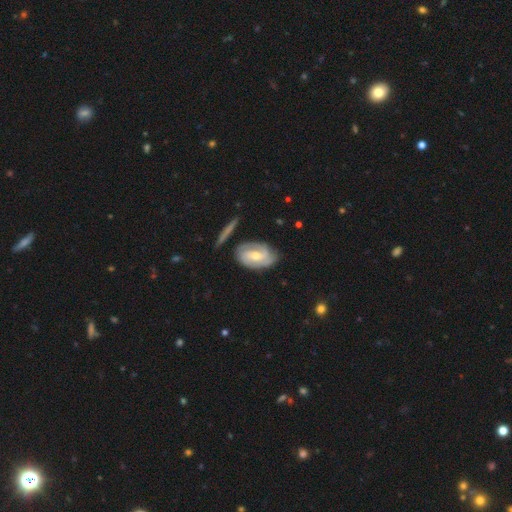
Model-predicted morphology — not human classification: Smooth or featured? featured or disk (76%)
Edge-on disk? no (94%)
Bar? weak (45%)
Spiral arms? yes (90%)
Spiral winding? tight (51%)
Spiral arm count? 2 (52%)
Bulge size? moderate (59%)
Merging? none (70%)